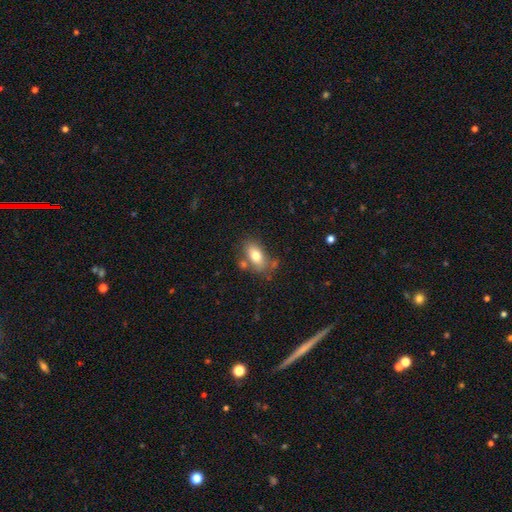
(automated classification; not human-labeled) Q: Smooth or featured?
A: smooth (77%); runner-up: featured or disk (15%)
Q: How rounded?
A: in between (88%); runner-up: round (7%)
Q: Merging?
A: none (67%); runner-up: minor disturbance (17%)